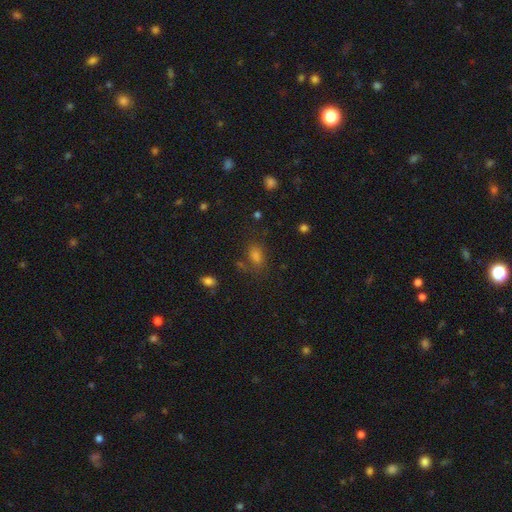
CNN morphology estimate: smooth 67%, star or artifact 24%, featured or disk 9%. Down the decision tree: how rounded — in between (76%); merging — none (66%).